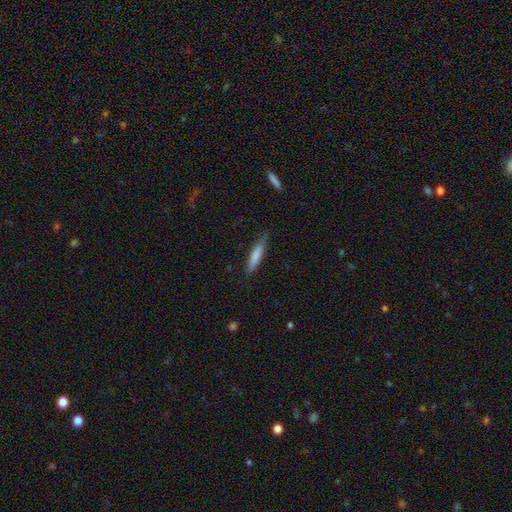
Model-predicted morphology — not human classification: smooth 77%, featured or disk 17%, star or artifact 6%. Down the decision tree: how rounded — cigar-shaped (85%); merging — none (81%).